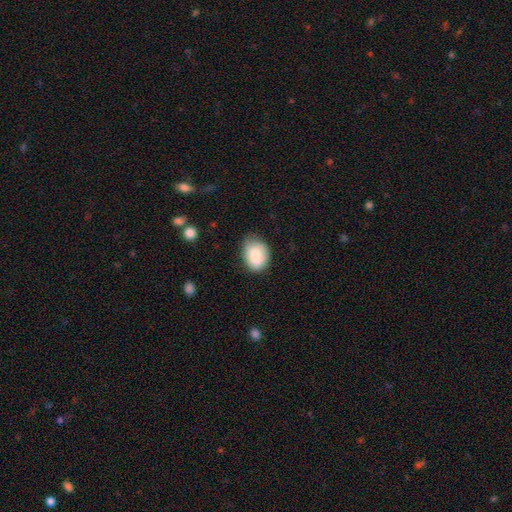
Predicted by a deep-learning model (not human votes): Q: Smooth or featured?
A: smooth (84%); runner-up: featured or disk (9%)
Q: How rounded?
A: in between (70%); runner-up: round (29%)
Q: Merging?
A: none (64%); runner-up: minor disturbance (30%)